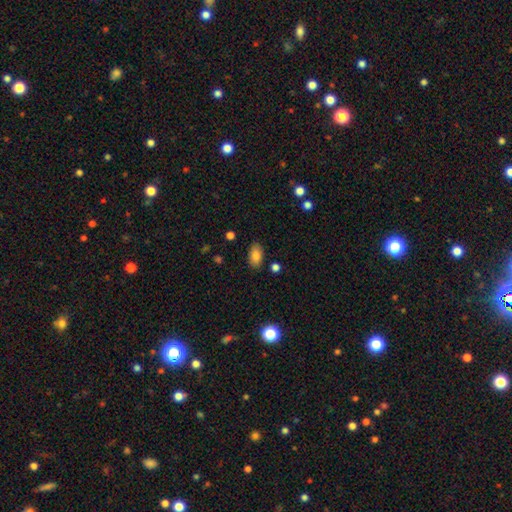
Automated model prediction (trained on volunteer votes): This appears to be a smooth galaxy with no disk features (84%) that is in between round and cigar-shaped (92%). Merging: none (85%).